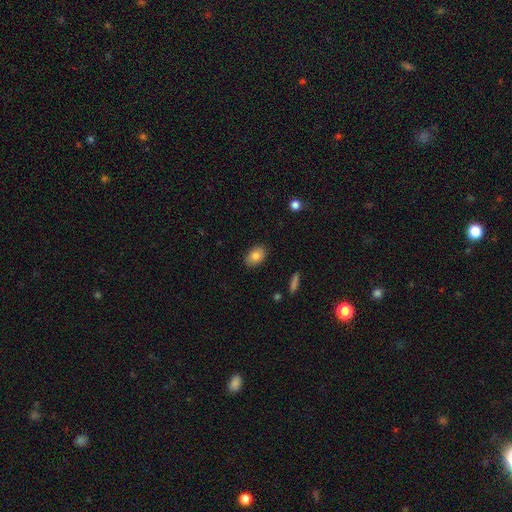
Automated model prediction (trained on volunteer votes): The model was most divided on "smooth or featured": smooth: 82%, featured or disk: 11%, star or artifact: 8%. More confident: merging — none (87%); how rounded — in between (86%).